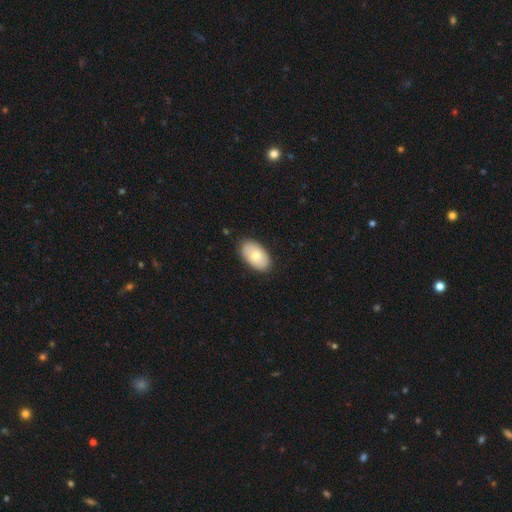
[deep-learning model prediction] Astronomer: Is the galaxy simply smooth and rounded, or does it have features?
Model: smooth — 74%.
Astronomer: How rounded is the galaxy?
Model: in between — 94%.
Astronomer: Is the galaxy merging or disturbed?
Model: none — 86%.